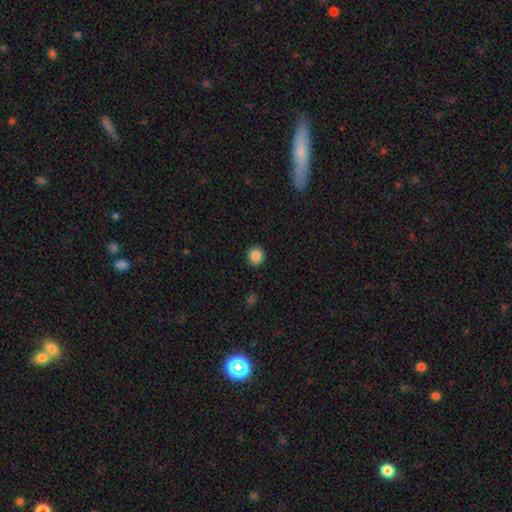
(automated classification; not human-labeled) Smooth or featured? Predicted: smooth (p=0.86). How rounded? Predicted: round (p=0.94). Merging? Predicted: none (p=0.92).